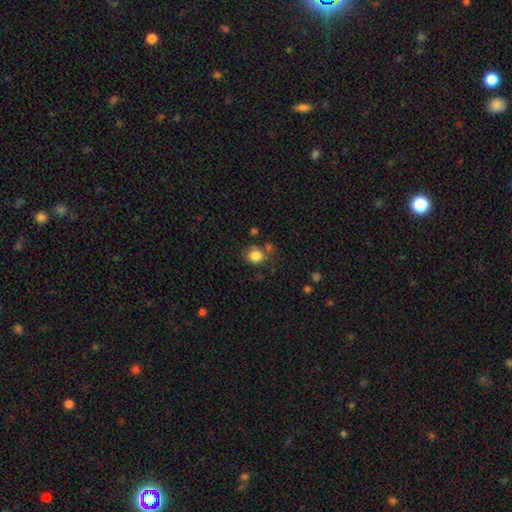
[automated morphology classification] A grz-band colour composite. It shows a smooth galaxy with no disk features (83%) that is round (82%). Merging: none (67%).